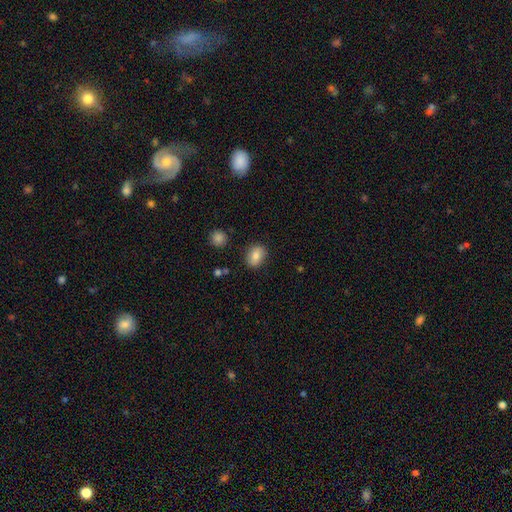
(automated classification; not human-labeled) A smooth galaxy with no disk features (81%) that is in between round and cigar-shaped (61%). Merging: none (85%).